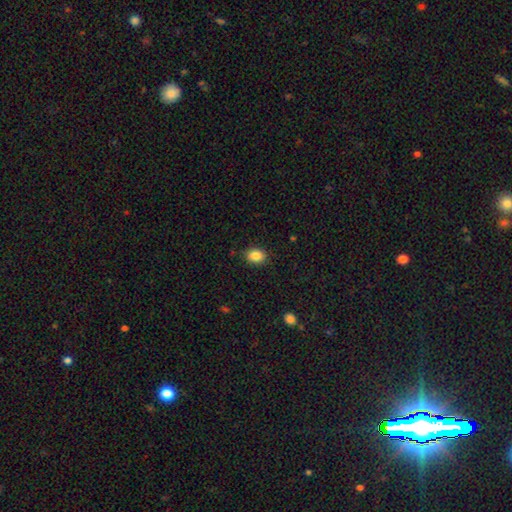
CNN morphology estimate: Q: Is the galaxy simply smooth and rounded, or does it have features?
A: smooth — 86%.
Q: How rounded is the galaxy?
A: in between — 56%.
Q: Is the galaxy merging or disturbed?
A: none — 88%.